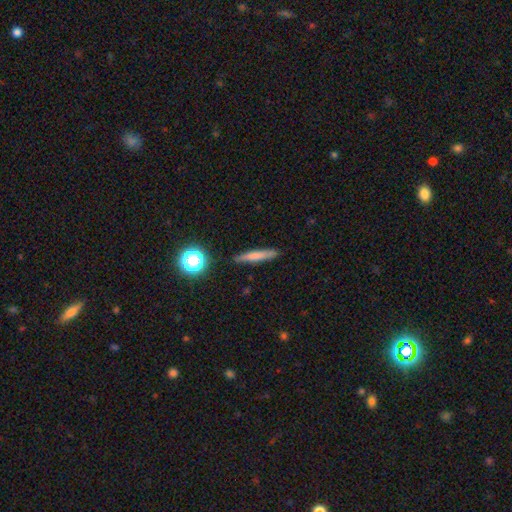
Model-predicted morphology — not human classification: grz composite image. It shows a smooth galaxy with no disk features (66%) that is cigar-shaped (90%). Merging: none (86%).